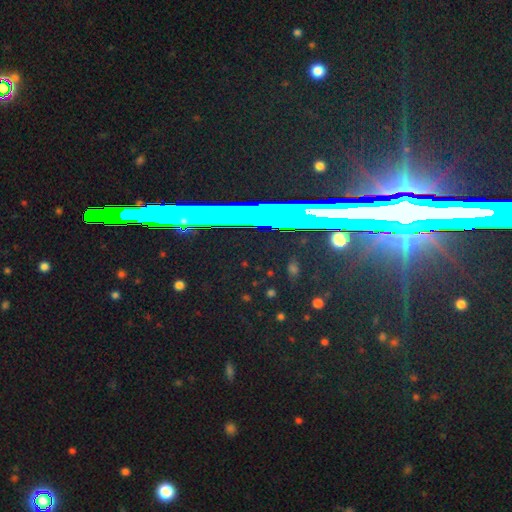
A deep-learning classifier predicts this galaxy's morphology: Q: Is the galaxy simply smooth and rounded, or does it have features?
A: star or artifact — 68%.